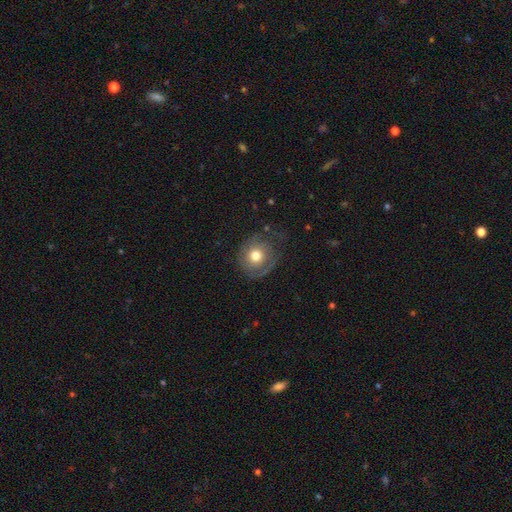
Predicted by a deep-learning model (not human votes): smooth_or_featured: smooth (p=0.62) [alt: featured or disk p=0.29]
how_rounded: round (p=0.85) [alt: in between p=0.14]
merging: none (p=0.60) [alt: minor disturbance p=0.22]